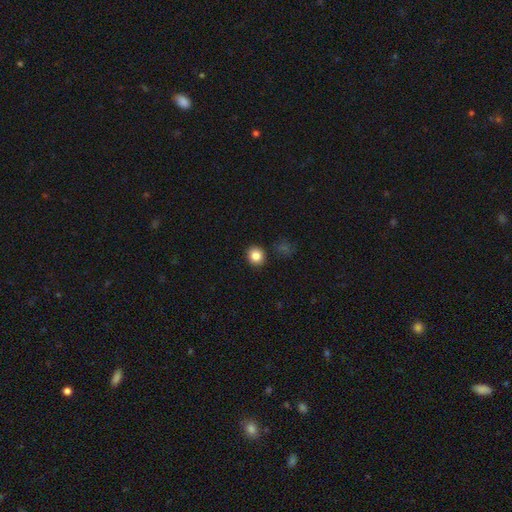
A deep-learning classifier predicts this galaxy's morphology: The model was most divided on "how rounded": round: 85%, in between: 14%, cigar-shaped: 1%. More confident: merging — none (89%); smooth or featured — smooth (85%).